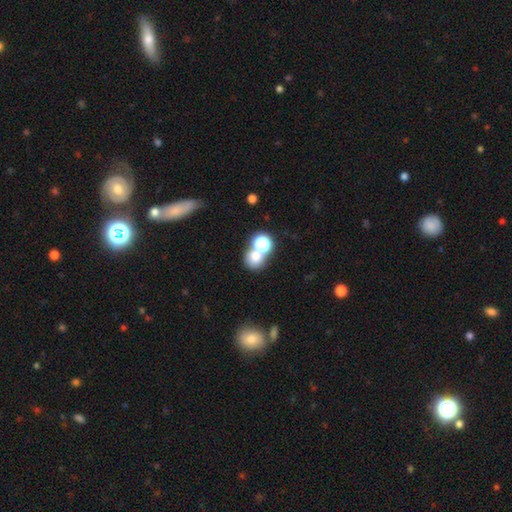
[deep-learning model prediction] The model was most divided on "merging": merger: 45%, none: 42%, minor disturbance: 8%, major disturbance: 5%. More confident: how rounded — round (72%); smooth or featured — smooth (69%).